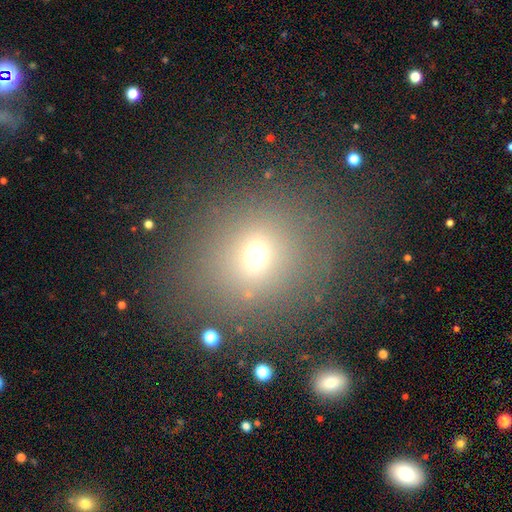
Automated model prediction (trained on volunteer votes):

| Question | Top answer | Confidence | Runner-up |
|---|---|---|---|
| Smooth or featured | smooth | 63% | star or artifact (24%) |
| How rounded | round | 71% | in between (28%) |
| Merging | none | 78% | minor disturbance (11%) |